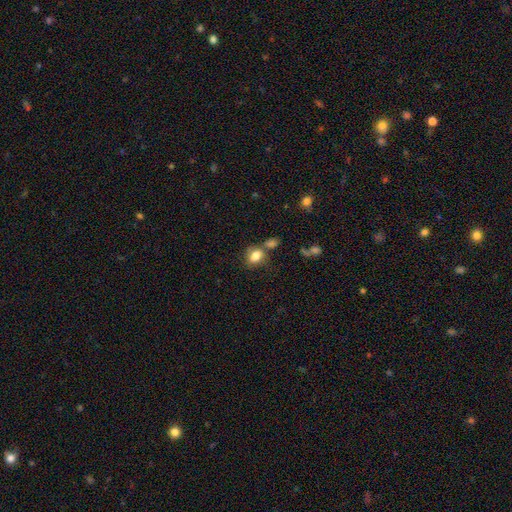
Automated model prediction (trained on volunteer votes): This appears to be a smooth galaxy with no disk features (82%) that is in between round and cigar-shaped (58%). Merging: none (55%).